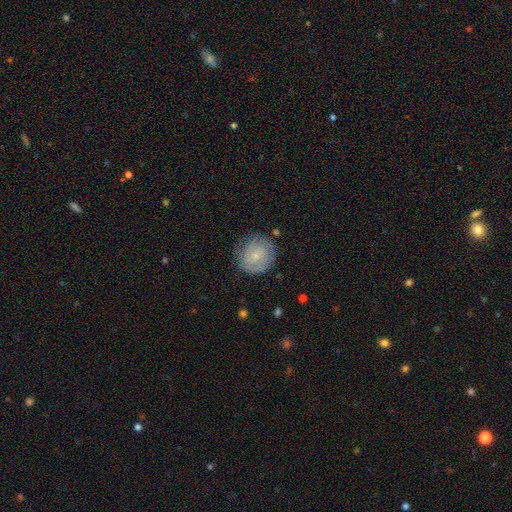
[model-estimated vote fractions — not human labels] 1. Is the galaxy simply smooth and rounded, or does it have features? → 48% smooth, 45% featured or disk, 7% star or artifact.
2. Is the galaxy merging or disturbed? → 75% none, 18% minor disturbance, 6% major disturbance, 2% merger.